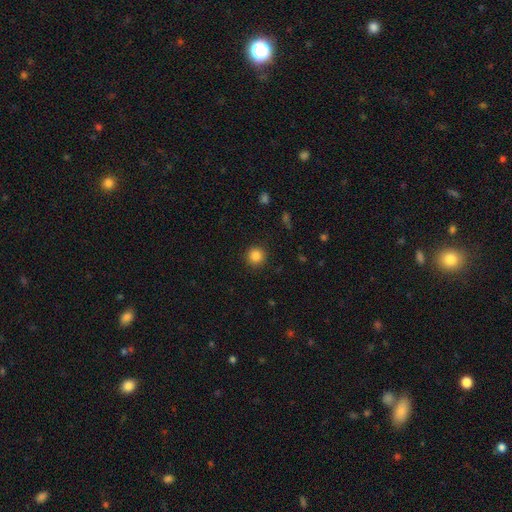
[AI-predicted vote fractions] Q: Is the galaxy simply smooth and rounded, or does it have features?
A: smooth — 85%.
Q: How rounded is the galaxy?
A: round — 95%.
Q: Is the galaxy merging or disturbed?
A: none — 92%.